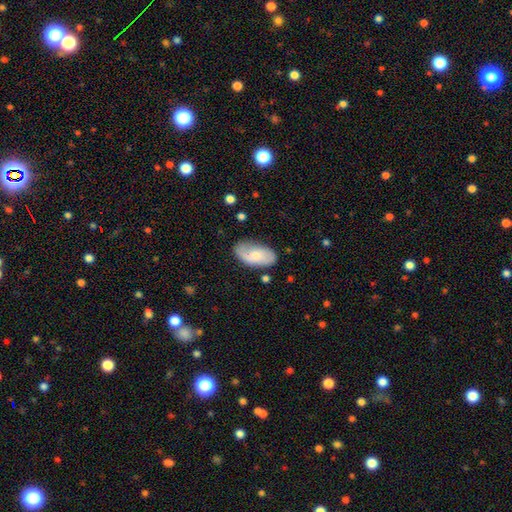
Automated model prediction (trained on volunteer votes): Smooth or featured?
  - smooth: 55% *
  - featured or disk: 39%
  - star or artifact: 6%
How rounded?
  - in between: 94% *
  - round: 4%
  - cigar-shaped: 2%
Merging?
  - none: 64% *
  - minor disturbance: 24%
  - major disturbance: 8%
  - merger: 3%